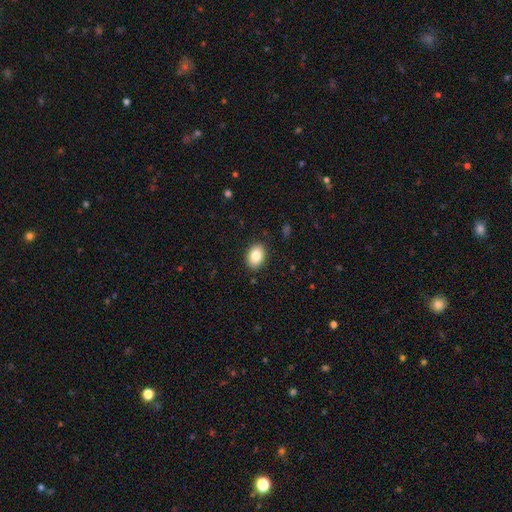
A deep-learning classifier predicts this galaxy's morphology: Smooth or featured?
  - smooth: 84% *
  - featured or disk: 8%
  - star or artifact: 8%
How rounded?
  - in between: 79% *
  - round: 20%
  - cigar-shaped: 1%
Merging?
  - none: 89% *
  - minor disturbance: 8%
  - major disturbance: 2%
  - merger: 1%